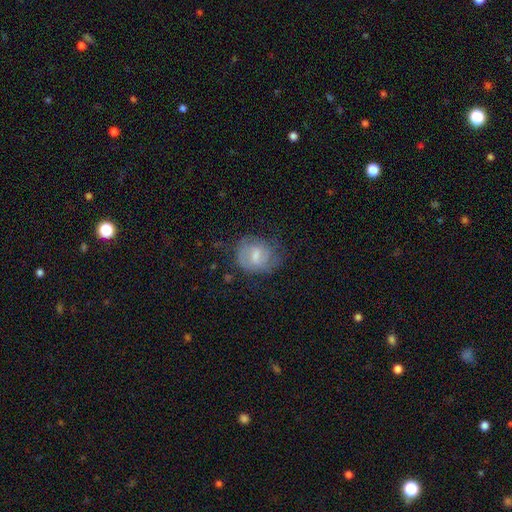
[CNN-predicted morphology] This is possibly a smooth galaxy (47%). Merging: possibly none (52%).